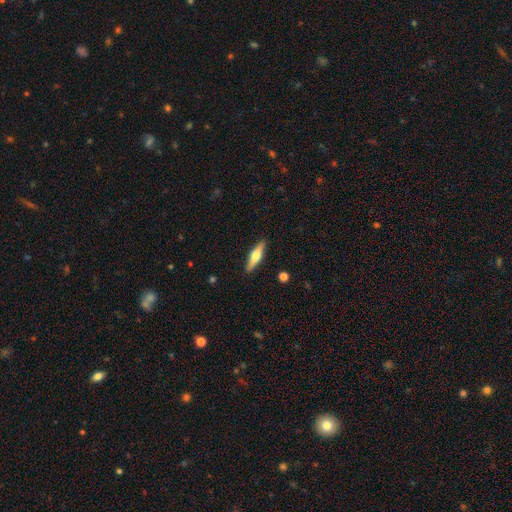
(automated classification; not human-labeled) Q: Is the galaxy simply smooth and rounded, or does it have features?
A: featured or disk — 49%.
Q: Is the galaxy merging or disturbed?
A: none — 90%.